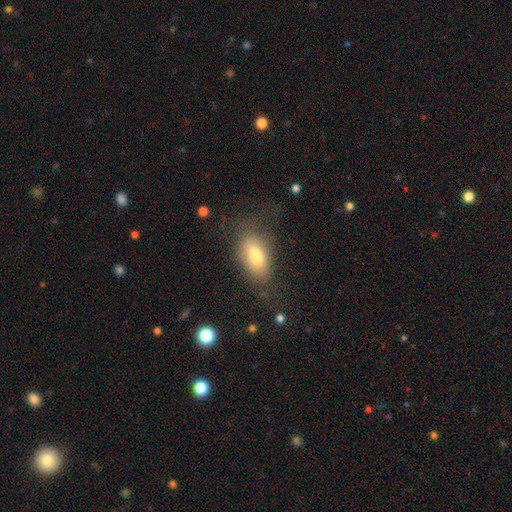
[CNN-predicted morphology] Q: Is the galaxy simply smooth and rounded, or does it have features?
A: smooth — 69%.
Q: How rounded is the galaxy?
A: in between — 88%.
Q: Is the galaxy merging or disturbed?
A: none — 53%.